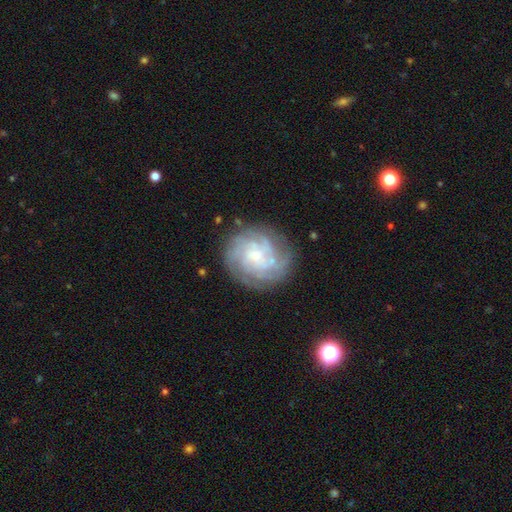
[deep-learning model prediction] Overall: featured or disk (79%). Edge-on disk: no (97%). Bar: no (70%). Spiral arms: yes (94%). Spiral arm count: can't tell (31%; 4 27%). Spiral winding: tight (69%). Bulge size: small (69%). Merging: none (79%).